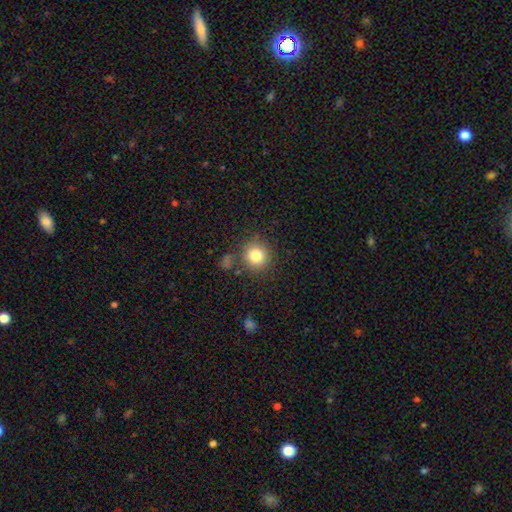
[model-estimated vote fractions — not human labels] A smooth galaxy with no disk features (82%) that is round (91%). Merging: none (82%).